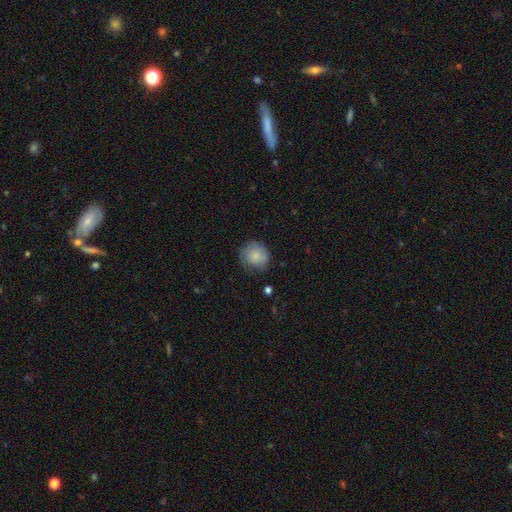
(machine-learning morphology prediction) Overall: smooth (83%). How rounded: round (87%). Merging: none (73%).